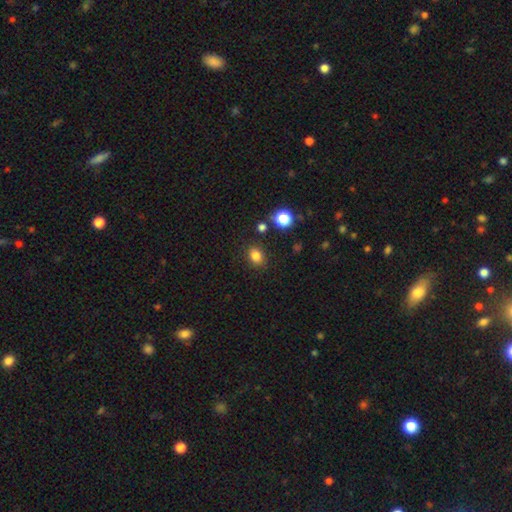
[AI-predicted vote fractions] Morphology: type=smooth (83%); roundness=in between (52%); merging=none (83%).